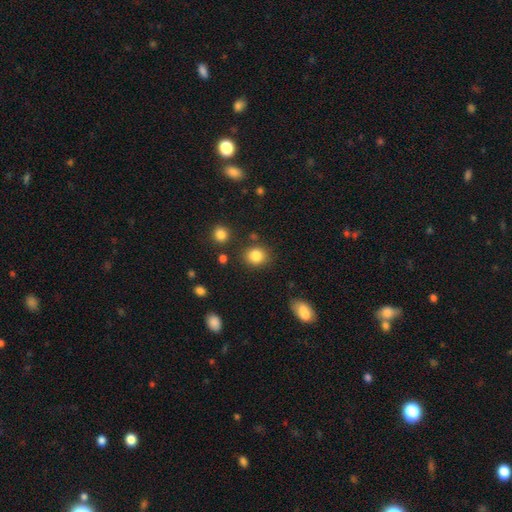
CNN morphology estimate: Smooth or featured?
  - smooth: 84% *
  - star or artifact: 10%
  - featured or disk: 5%
How rounded?
  - round: 74% *
  - in between: 25%
  - cigar-shaped: 1%
Merging?
  - none: 82% *
  - minor disturbance: 10%
  - merger: 4%
  - major disturbance: 3%